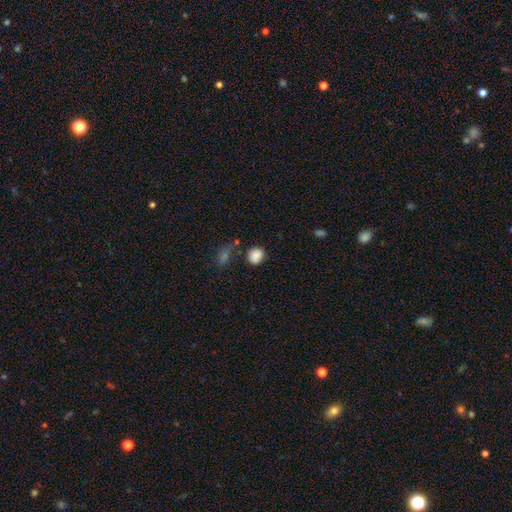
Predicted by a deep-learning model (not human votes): A smooth galaxy with no disk features (86%) that is round (75%).

Vote fractions:
- Smooth or featured? smooth: 86% / star or artifact: 11% / featured or disk: 4%
- How rounded? round: 75% / in between: 24% / cigar-shaped: 1%
- Merging? none: 68% / minor disturbance: 18% / merger: 8% / major disturbance: 6%